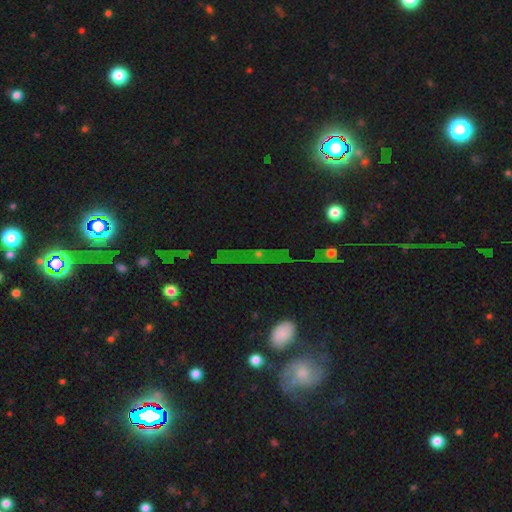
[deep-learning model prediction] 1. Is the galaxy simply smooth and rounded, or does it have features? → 55% star or artifact, 25% featured or disk, 20% smooth.